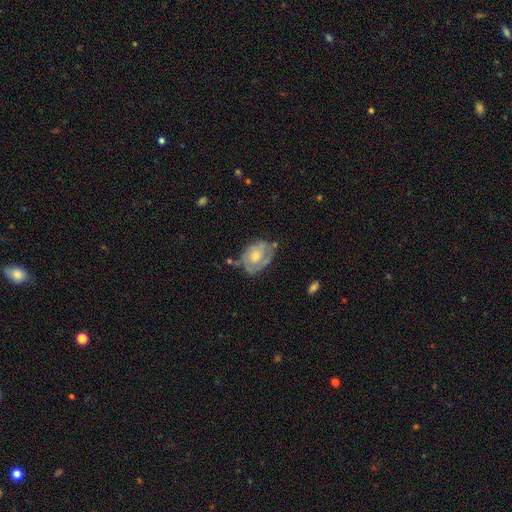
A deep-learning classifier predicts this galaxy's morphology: smooth_or_featured: featured or disk (p=0.58) [alt: smooth p=0.36]
disk_edge_on: no (p=0.96) [alt: yes p=0.04]
bar: no (p=0.79) [alt: weak p=0.18]
has_spiral_arms: yes (p=0.59) [alt: no p=0.41]
bulge_size: moderate (p=0.49) [alt: small p=0.43]
merging: none (p=0.49) [alt: minor disturbance p=0.30]